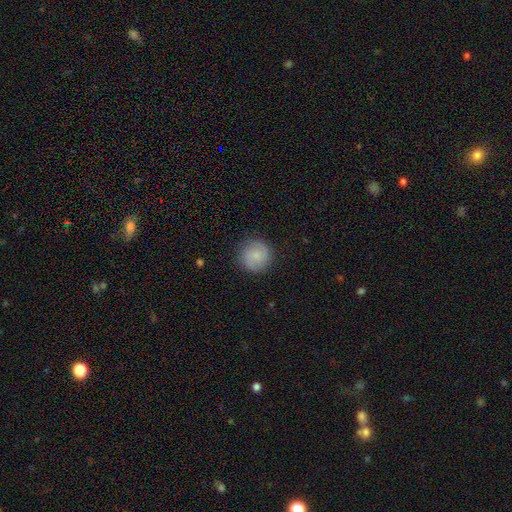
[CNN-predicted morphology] Smooth or featured? smooth (65%)
How rounded? round (94%)
Merging? none (86%)